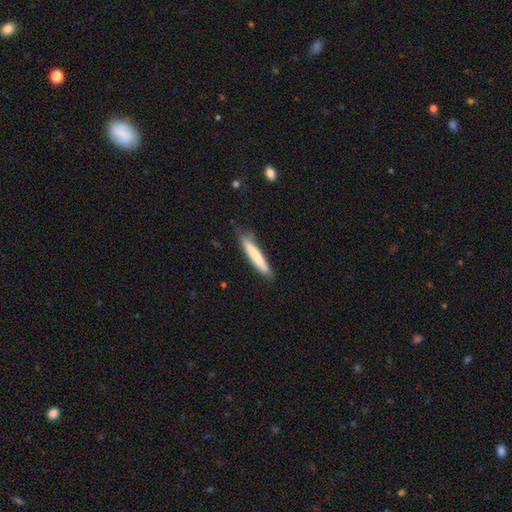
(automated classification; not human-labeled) Morphology: type=smooth (75%); roundness=cigar-shaped (93%); merging=none (79%).